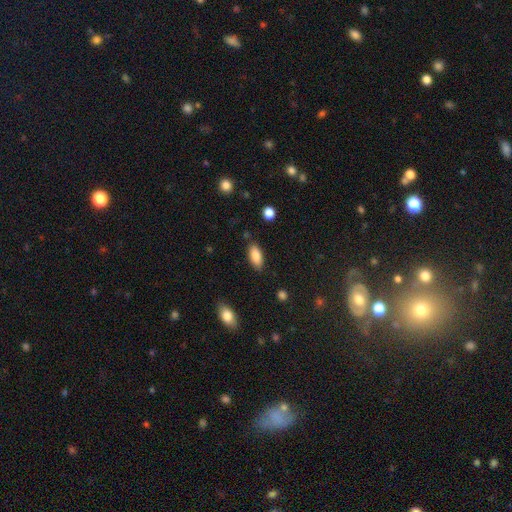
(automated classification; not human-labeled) Smooth or featured: smooth — 87% (star or artifact — 7%)
How rounded: in between — 86% (cigar-shaped — 12%)
Merging: none — 83% (minor disturbance — 12%)